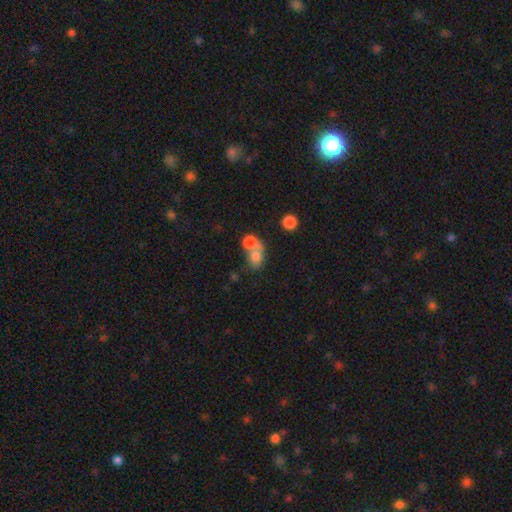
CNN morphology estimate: Smooth or featured: smooth — 74% (featured or disk — 16%)
How rounded: round — 57% (in between — 42%)
Merging: merger — 64% (none — 24%)